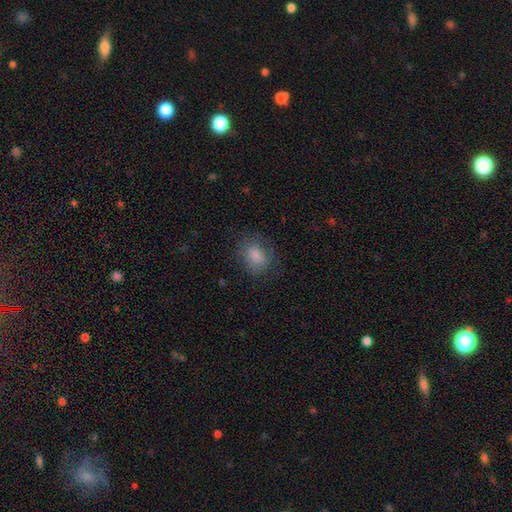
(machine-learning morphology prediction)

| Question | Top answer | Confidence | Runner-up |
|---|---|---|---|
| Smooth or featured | smooth | 83% | star or artifact (9%) |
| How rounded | in between | 54% | round (45%) |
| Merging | none | 75% | minor disturbance (17%) |